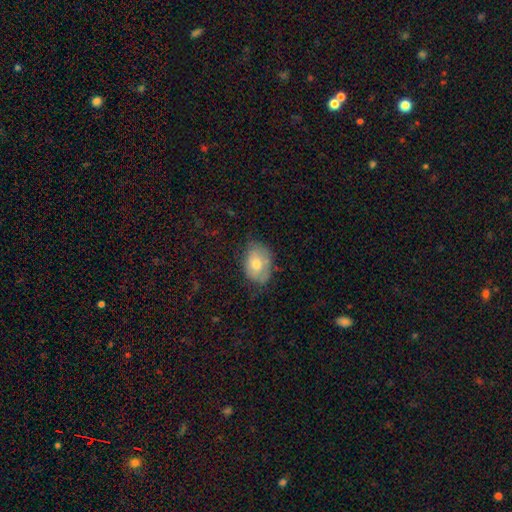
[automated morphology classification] smooth_or_featured: smooth (p=0.65) [alt: featured or disk p=0.26]
how_rounded: in between (p=0.82) [alt: round p=0.17]
merging: none (p=0.62) [alt: minor disturbance p=0.29]